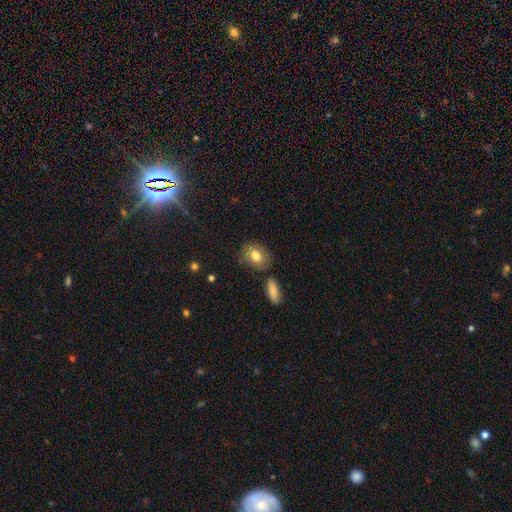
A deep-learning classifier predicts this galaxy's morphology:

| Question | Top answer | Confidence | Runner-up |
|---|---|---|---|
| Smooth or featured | smooth | 79% | featured or disk (14%) |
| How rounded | in between | 71% | round (27%) |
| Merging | none | 77% | minor disturbance (13%) |